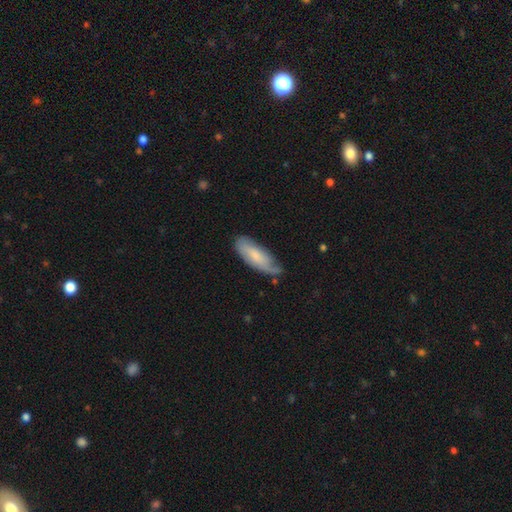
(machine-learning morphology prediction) Q: Smooth or featured?
A: smooth (61%); runner-up: featured or disk (32%)
Q: How rounded?
A: in between (66%); runner-up: cigar-shaped (32%)
Q: Merging?
A: none (57%); runner-up: minor disturbance (32%)